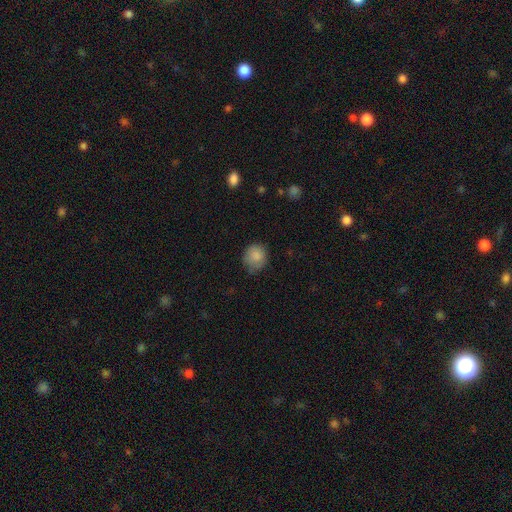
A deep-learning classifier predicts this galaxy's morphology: Smooth or featured? smooth (86%)
How rounded? round (80%)
Merging? none (69%)